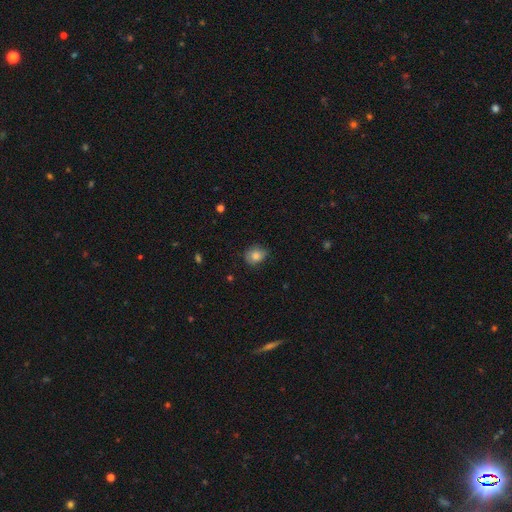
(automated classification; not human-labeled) Q: Smooth or featured?
A: smooth (78%); runner-up: featured or disk (12%)
Q: How rounded?
A: round (63%); runner-up: in between (36%)
Q: Merging?
A: none (65%); runner-up: minor disturbance (27%)